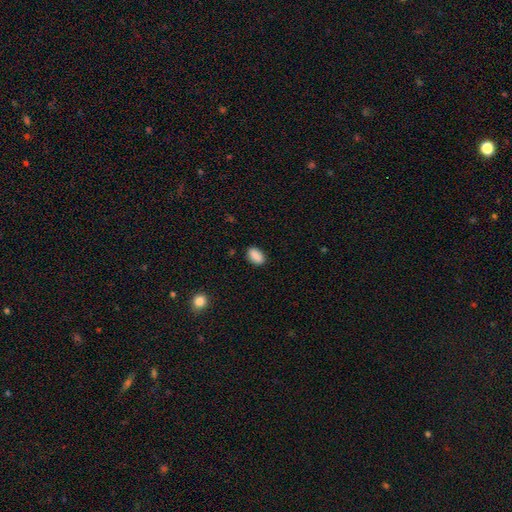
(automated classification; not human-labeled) This appears to be a smooth galaxy with no disk features (89%) that is in between round and cigar-shaped (90%). Merging: none (86%).